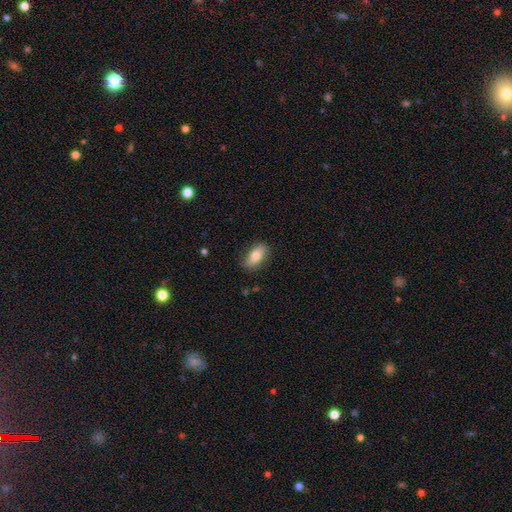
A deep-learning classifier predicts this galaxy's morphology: smooth-or-featured: smooth: 72% | featured or disk: 21% | star or artifact: 7%
  how-rounded: in between: 84% | cigar-shaped: 11% | round: 5%
  merging: none: 82% | minor disturbance: 14% | major disturbance: 3% | merger: 1%